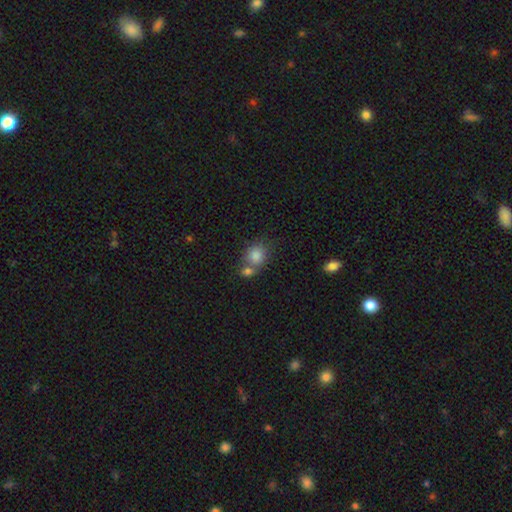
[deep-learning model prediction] smooth-or-featured: smooth: 82% | star or artifact: 10% | featured or disk: 8%
  how-rounded: round: 65% | in between: 34% | cigar-shaped: 1%
  merging: none: 44% | merger: 40% | minor disturbance: 12% | major disturbance: 4%